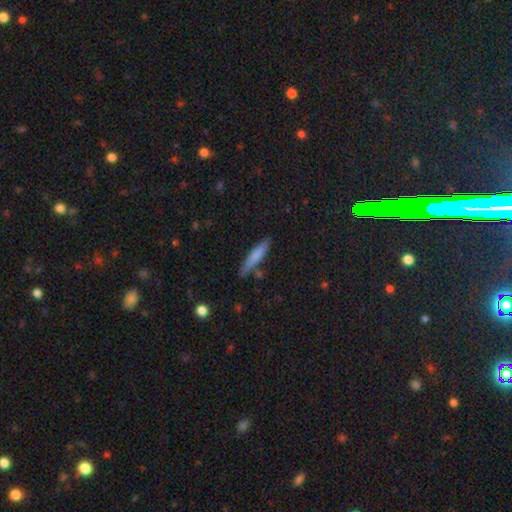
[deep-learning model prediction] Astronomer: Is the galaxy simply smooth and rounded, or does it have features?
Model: smooth — 73%.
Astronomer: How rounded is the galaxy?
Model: cigar-shaped — 88%.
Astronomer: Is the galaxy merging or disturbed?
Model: none — 79%.